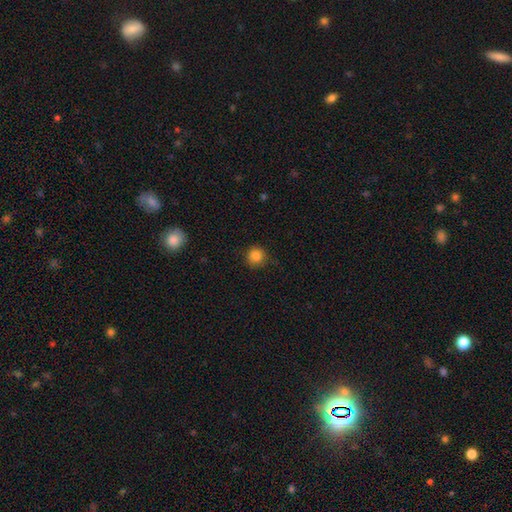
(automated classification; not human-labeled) A smooth galaxy with no disk features (85%) that is round (92%).

Vote fractions:
- Smooth or featured? smooth: 85% / star or artifact: 11% / featured or disk: 4%
- How rounded? round: 92% / in between: 7% / cigar-shaped: 1%
- Merging? none: 82% / minor disturbance: 14% / major disturbance: 3% / merger: 1%